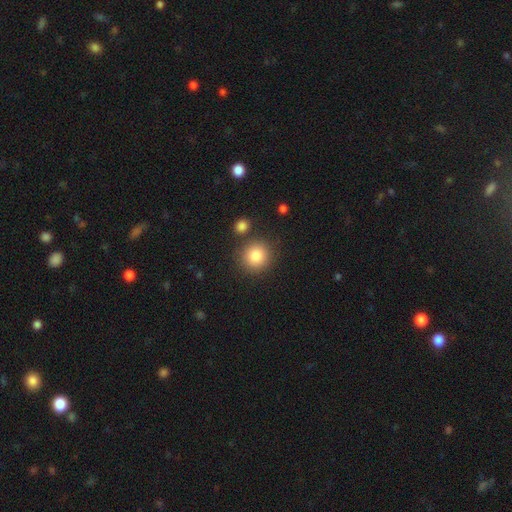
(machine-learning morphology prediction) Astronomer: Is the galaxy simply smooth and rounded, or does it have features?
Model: smooth — 85%.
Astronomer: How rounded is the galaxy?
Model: round — 91%.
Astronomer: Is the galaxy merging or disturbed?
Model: none — 82%.